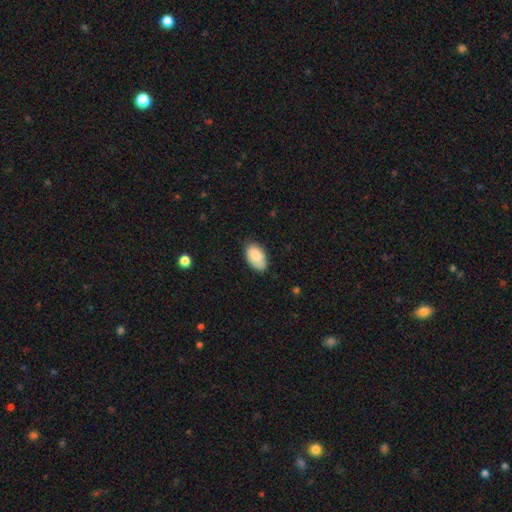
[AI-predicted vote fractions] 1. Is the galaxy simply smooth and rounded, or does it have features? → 85% smooth, 8% featured or disk, 7% star or artifact.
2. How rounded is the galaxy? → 93% in between, 5% round, 1% cigar-shaped.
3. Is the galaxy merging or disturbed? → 70% none, 25% minor disturbance, 4% major disturbance, 2% merger.